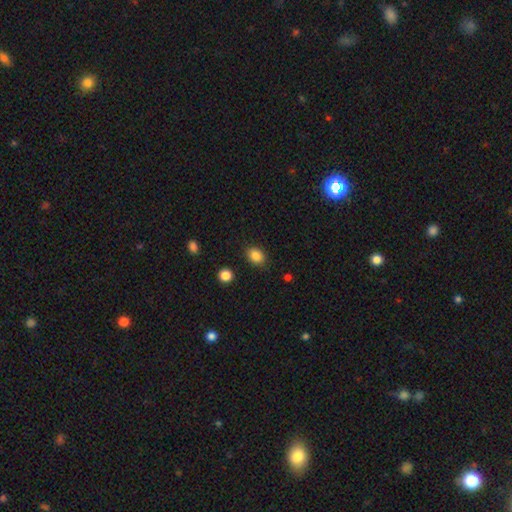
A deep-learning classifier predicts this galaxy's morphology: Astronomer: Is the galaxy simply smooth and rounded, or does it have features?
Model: smooth — 86%.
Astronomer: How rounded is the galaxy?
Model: in between — 58% (runner-up: round, 41%).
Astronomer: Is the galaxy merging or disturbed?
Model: none — 86%.